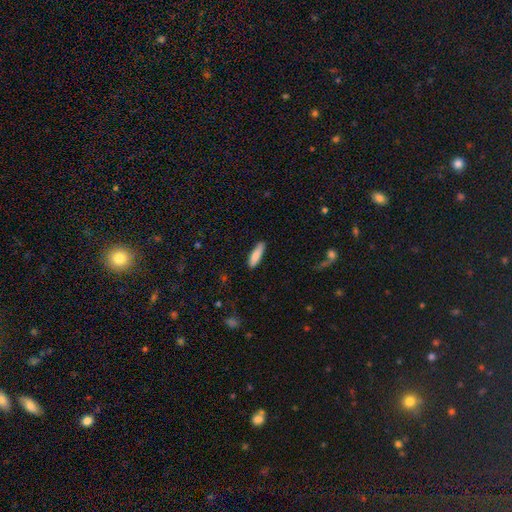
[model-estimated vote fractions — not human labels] Smooth or featured: smooth — 85% (featured or disk — 9%)
How rounded: cigar-shaped — 67% (in between — 31%)
Merging: none — 84% (minor disturbance — 13%)